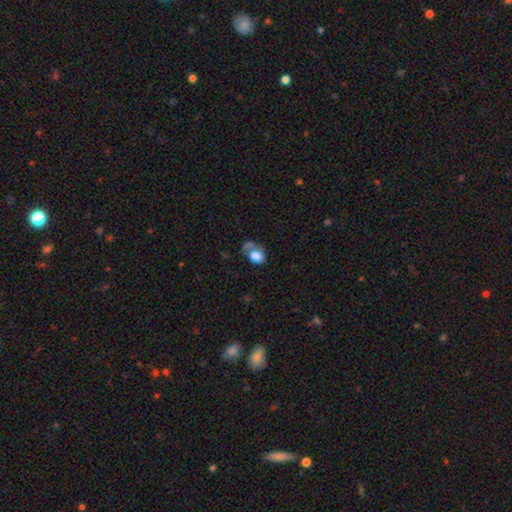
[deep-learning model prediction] Smooth or featured?
  - smooth: 72% *
  - featured or disk: 19%
  - star or artifact: 9%
How rounded?
  - in between: 63% *
  - round: 36%
  - cigar-shaped: 1%
Merging?
  - none: 32% *
  - major disturbance: 24%
  - merger: 24%
  - minor disturbance: 20%